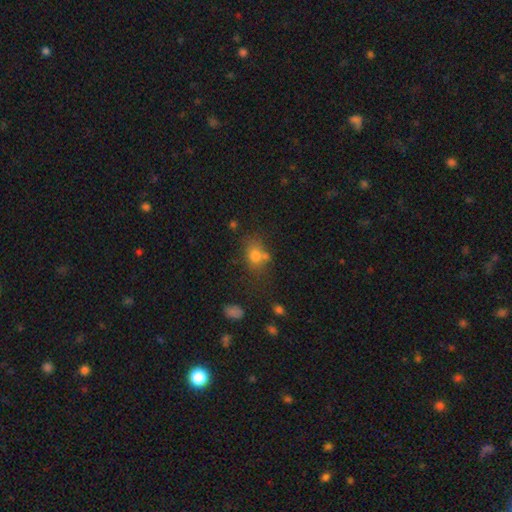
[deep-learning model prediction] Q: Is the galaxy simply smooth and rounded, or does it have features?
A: smooth — 73%.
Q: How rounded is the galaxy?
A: in between — 53%.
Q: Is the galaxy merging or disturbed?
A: none — 52%.